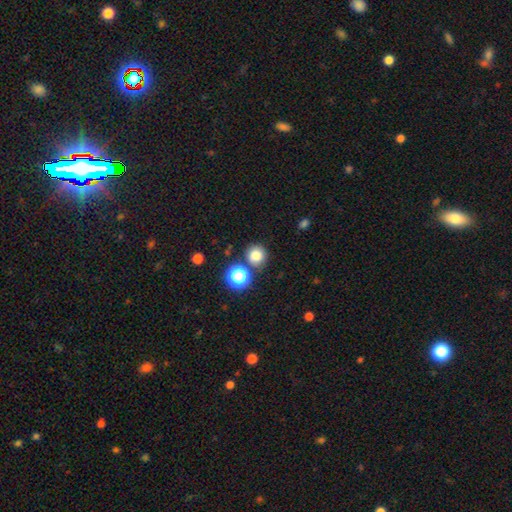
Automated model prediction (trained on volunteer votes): This is likely a smooth galaxy (79%). How rounded: clearly round (92%). Merging: likely none (78%).